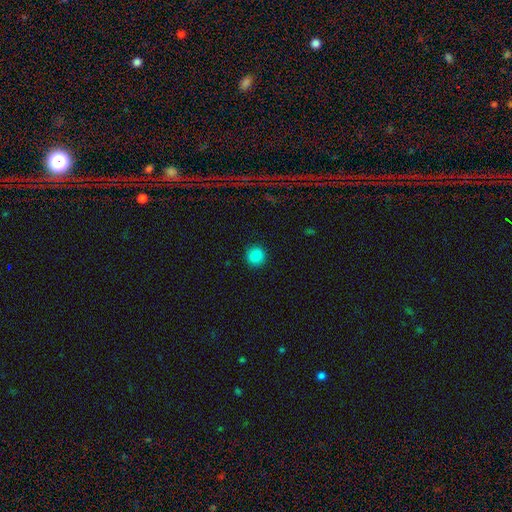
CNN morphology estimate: Overall: smooth (86%). How rounded: round (92%). Merging: none (90%).